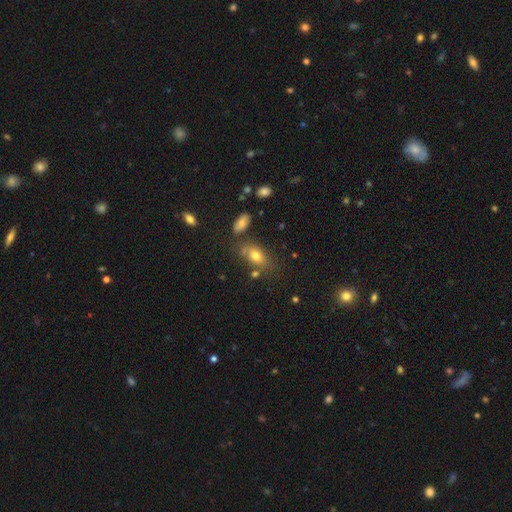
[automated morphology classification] smooth-or-featured: smooth: 72% | featured or disk: 17% | star or artifact: 11%
  how-rounded: in between: 83% | round: 11% | cigar-shaped: 6%
  merging: none: 61% | minor disturbance: 20% | merger: 12% | major disturbance: 7%